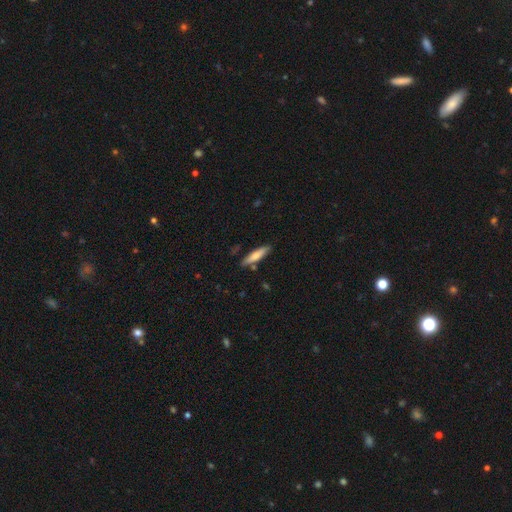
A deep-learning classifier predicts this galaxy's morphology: The model was most divided on "smooth or featured": smooth: 66%, featured or disk: 28%, star or artifact: 6%. More confident: merging — none (84%); how rounded — cigar-shaped (82%).